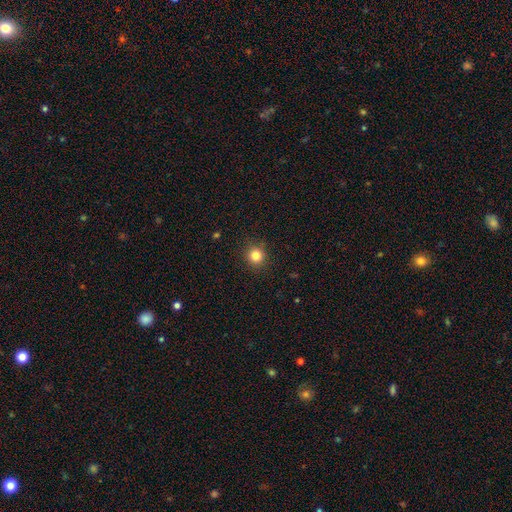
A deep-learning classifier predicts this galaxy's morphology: The model was most divided on "smooth or featured": smooth: 83%, star or artifact: 12%, featured or disk: 5%. More confident: how rounded — round (92%); merging — none (90%).